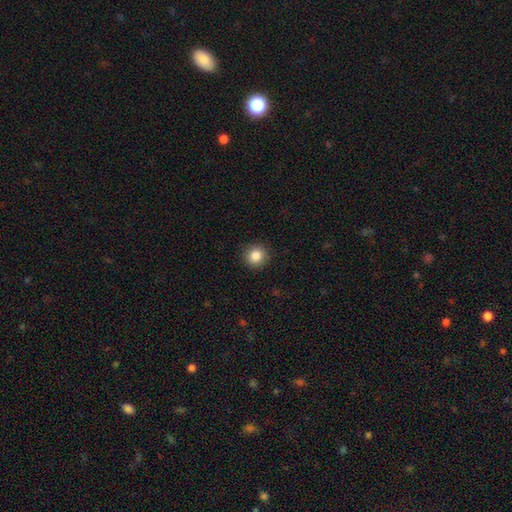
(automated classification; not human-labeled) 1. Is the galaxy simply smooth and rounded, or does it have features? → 85% smooth, 10% star or artifact, 5% featured or disk.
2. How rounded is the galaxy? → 93% round, 6% in between, 1% cigar-shaped.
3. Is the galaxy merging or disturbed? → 91% none, 6% minor disturbance, 2% major disturbance, 1% merger.